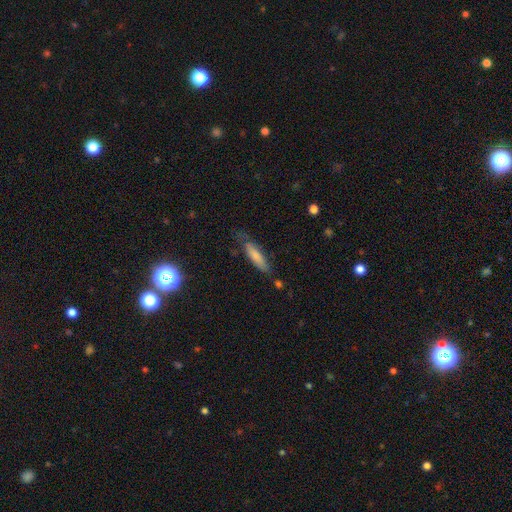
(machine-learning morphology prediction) Q: Smooth or featured?
A: smooth (72%); runner-up: featured or disk (21%)
Q: How rounded?
A: cigar-shaped (67%); runner-up: in between (32%)
Q: Merging?
A: none (58%); runner-up: minor disturbance (28%)